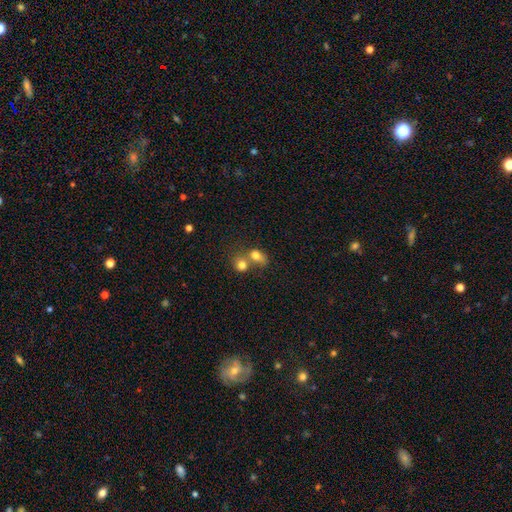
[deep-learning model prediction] A smooth galaxy with no disk features (77%) that is in between round and cigar-shaped (54%). Merging: merger (60%).